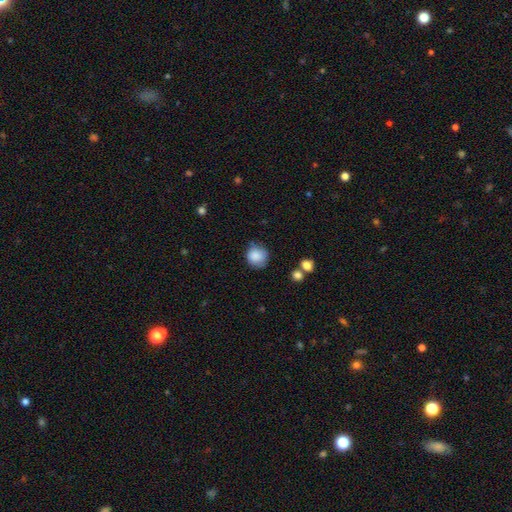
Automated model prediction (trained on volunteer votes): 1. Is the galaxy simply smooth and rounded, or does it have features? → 86% smooth, 9% star or artifact, 5% featured or disk.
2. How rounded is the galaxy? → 88% round, 11% in between, 1% cigar-shaped.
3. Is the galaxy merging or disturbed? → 69% none, 22% minor disturbance, 5% major disturbance, 4% merger.